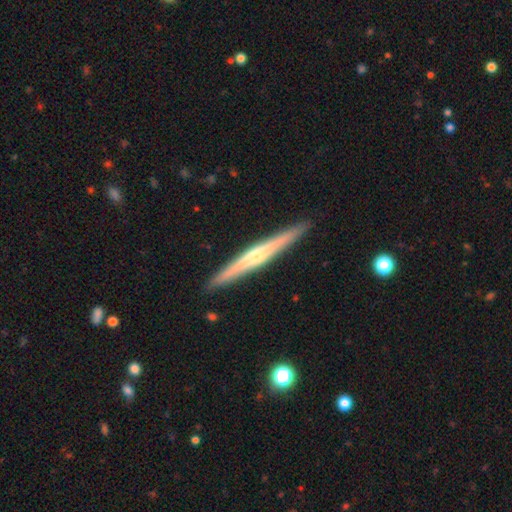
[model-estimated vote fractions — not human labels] Morphology: type=featured or disk (69%); edge-on=yes (98%); edge-on bulge=rounded (64%); merging=none (91%).